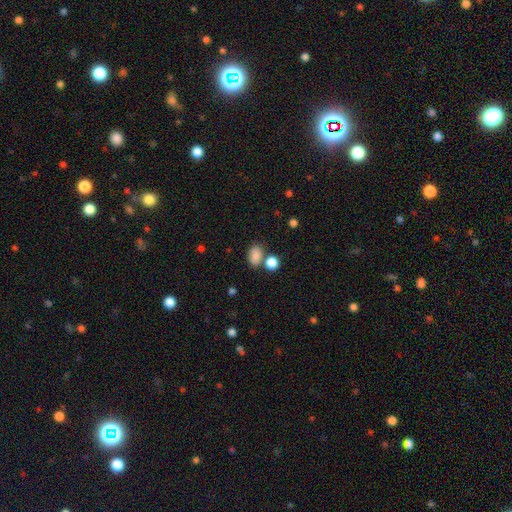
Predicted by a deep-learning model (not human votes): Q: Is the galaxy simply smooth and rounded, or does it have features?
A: smooth — 83%.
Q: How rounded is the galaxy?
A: in between — 77%.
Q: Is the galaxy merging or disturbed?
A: none — 60%.